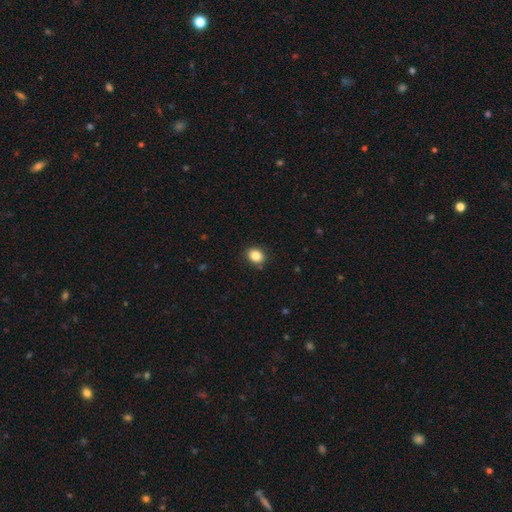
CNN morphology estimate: Q: Smooth or featured?
A: smooth (85%); runner-up: star or artifact (10%)
Q: How rounded?
A: round (60%); runner-up: in between (39%)
Q: Merging?
A: none (85%); runner-up: minor disturbance (11%)